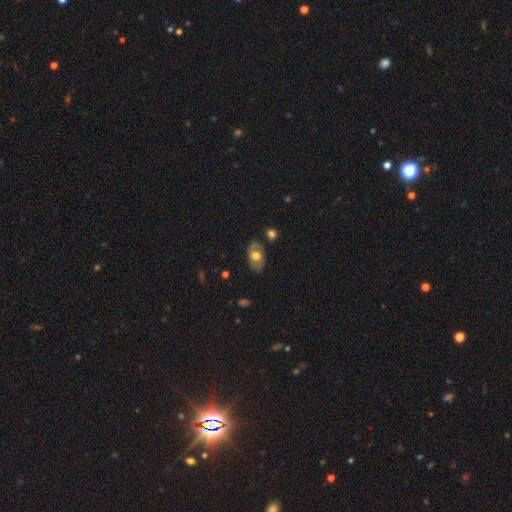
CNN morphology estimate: Smooth or featured? smooth (53%)
How rounded? in between (90%)
Merging? none (77%)